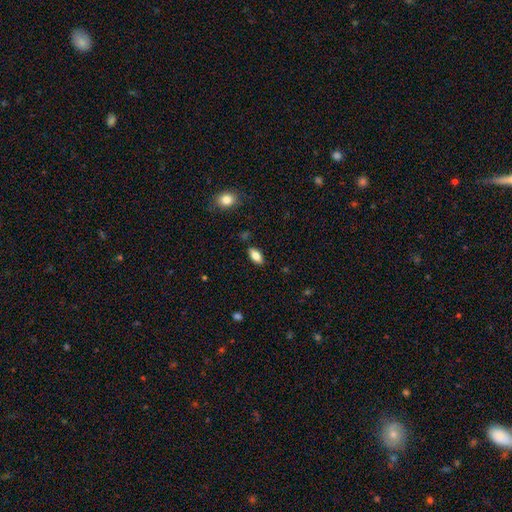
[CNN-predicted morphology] Smooth or featured?
  - smooth: 78% *
  - featured or disk: 14%
  - star or artifact: 7%
How rounded?
  - in between: 88% *
  - cigar-shaped: 9%
  - round: 3%
Merging?
  - none: 86% *
  - minor disturbance: 10%
  - major disturbance: 2%
  - merger: 2%